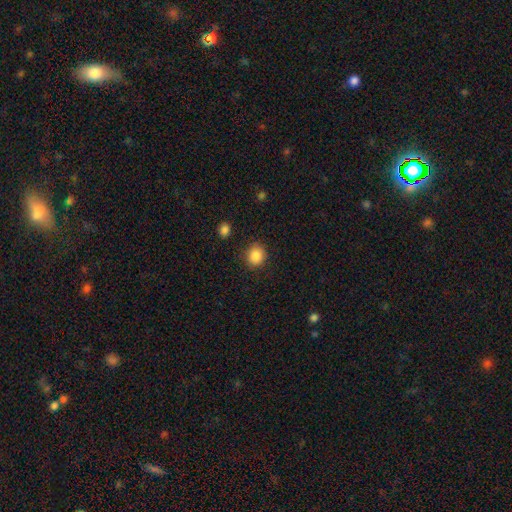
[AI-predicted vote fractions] A smooth galaxy with no disk features (87%) that is round (77%).

Vote fractions:
- Smooth or featured? smooth: 87% / star or artifact: 9% / featured or disk: 4%
- How rounded? round: 77% / in between: 23% / cigar-shaped: 1%
- Merging? none: 86% / minor disturbance: 9% / major disturbance: 3% / merger: 2%